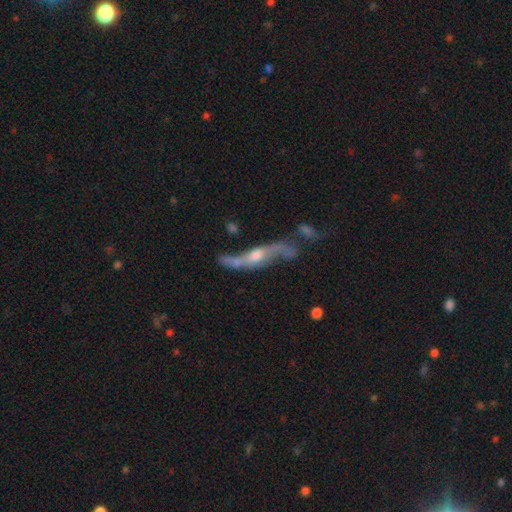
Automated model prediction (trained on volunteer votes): Overall: featured or disk (79%). Edge-on disk: no (57%; yes 43%). Merging: none (42%; minor disturbance 22%).